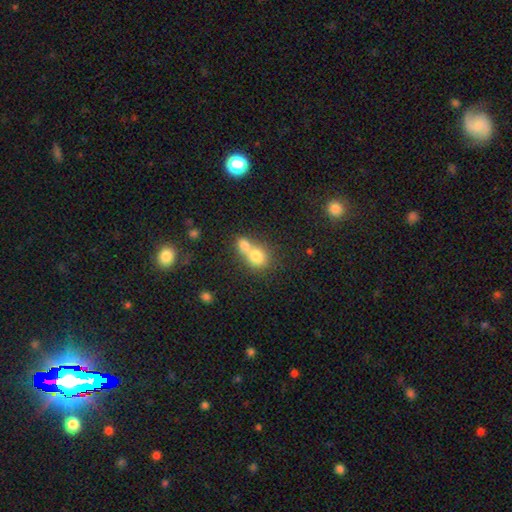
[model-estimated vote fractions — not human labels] This is likely a smooth galaxy (75%). How rounded: likely round (63%). Merging: likely merger (67%).